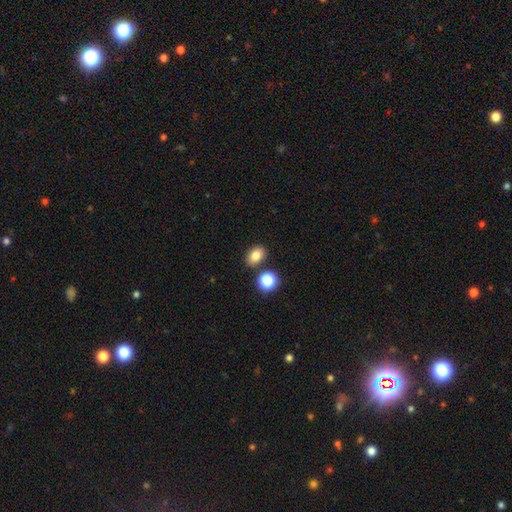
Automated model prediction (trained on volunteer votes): Smooth or featured? smooth (82%)
How rounded? in between (73%)
Merging? none (80%)